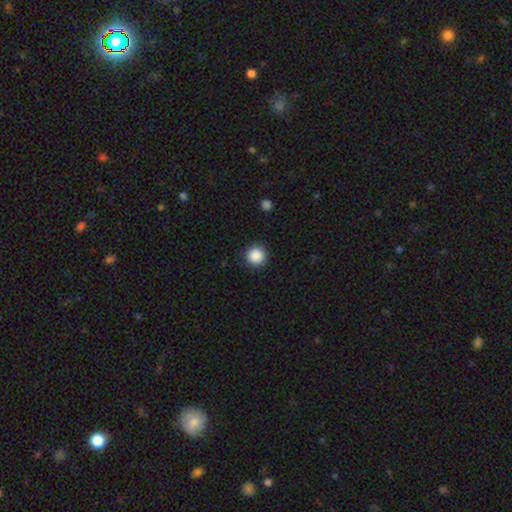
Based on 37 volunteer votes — smooth 95%, featured or disk 3%, star or artifact 3%. Down the decision tree: how rounded — round (91%); merging — none (89%).